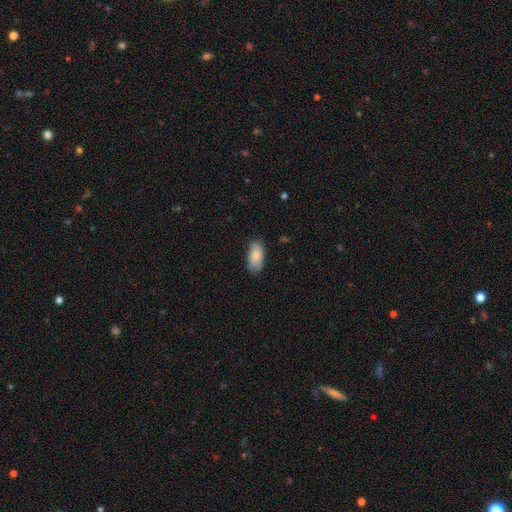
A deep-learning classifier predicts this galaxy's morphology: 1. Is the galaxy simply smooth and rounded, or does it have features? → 83% smooth, 11% featured or disk, 6% star or artifact.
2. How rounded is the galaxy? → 93% in between, 4% cigar-shaped, 3% round.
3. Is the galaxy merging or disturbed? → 75% none, 20% minor disturbance, 4% major disturbance, 1% merger.